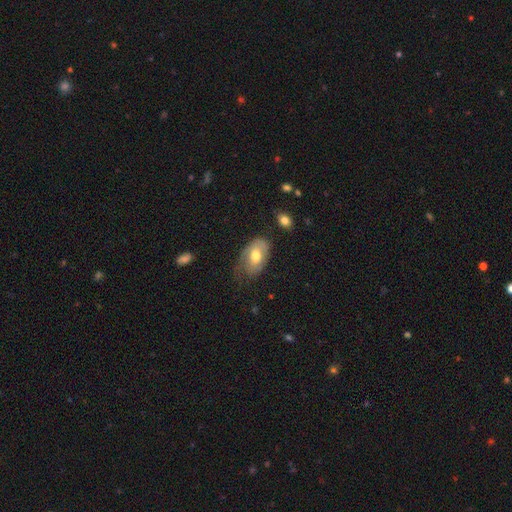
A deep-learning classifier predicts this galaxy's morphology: Smooth or featured: smooth — 52% (featured or disk — 42%)
How rounded: in between — 90% (round — 8%)
Merging: none — 42% (minor disturbance — 32%)